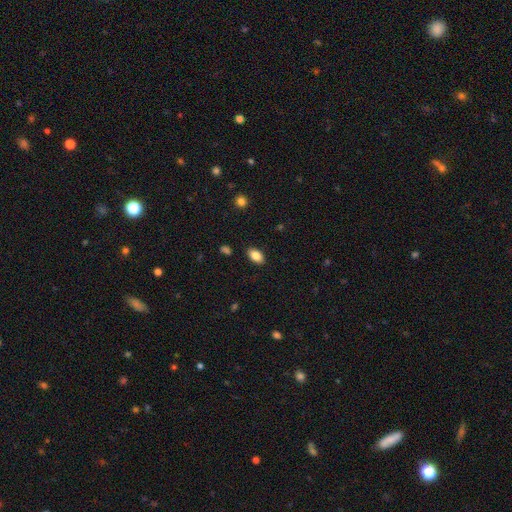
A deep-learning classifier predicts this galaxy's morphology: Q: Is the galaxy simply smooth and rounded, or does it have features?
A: smooth — 85%.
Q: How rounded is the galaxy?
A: in between — 91%.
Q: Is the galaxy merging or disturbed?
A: none — 88%.